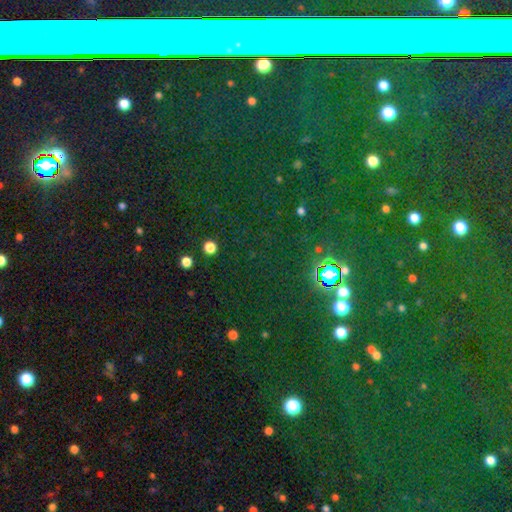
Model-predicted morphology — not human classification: smooth-or-featured: star or artifact: 74% | smooth: 14% | featured or disk: 12%